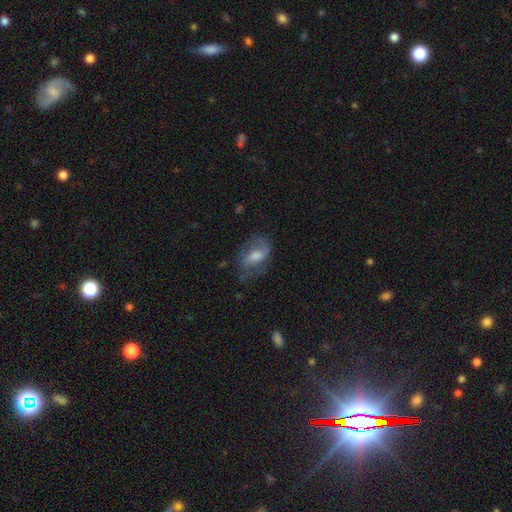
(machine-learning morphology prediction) The model was most divided on "bar": weak: 46%, no: 34%, strong: 20%. Remaining: edge-on disk — no (94%); spiral arms — yes (77%); smooth or featured — featured or disk (57%); merging — none (54%); bulge size — moderate (46%).